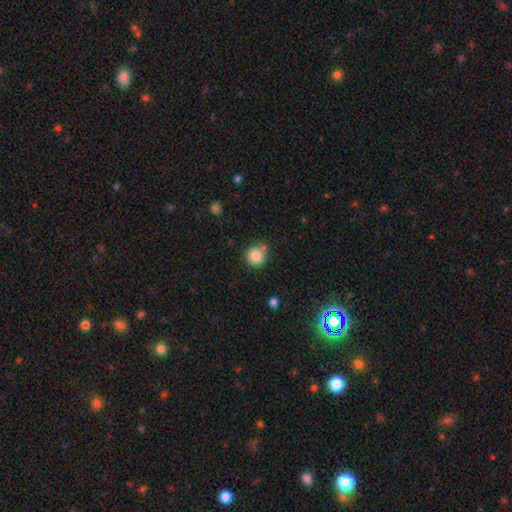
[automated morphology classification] type=smooth (84%); roundness=round (91%); merging=none (71%).